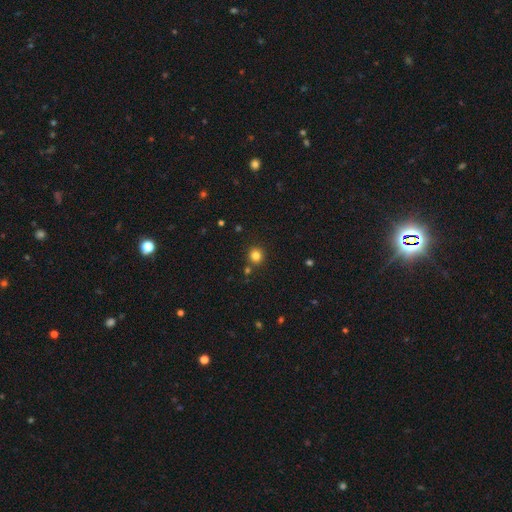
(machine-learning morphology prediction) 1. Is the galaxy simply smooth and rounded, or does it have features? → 81% smooth, 14% star or artifact, 5% featured or disk.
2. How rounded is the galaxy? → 92% round, 7% in between, 1% cigar-shaped.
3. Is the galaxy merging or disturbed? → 84% none, 7% minor disturbance, 7% merger, 2% major disturbance.